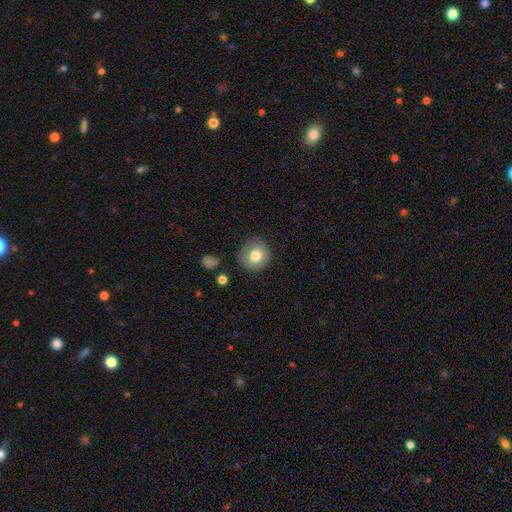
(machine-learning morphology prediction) Smooth or featured: smooth — 75% (featured or disk — 17%)
How rounded: round — 86% (in between — 13%)
Merging: none — 79% (minor disturbance — 15%)